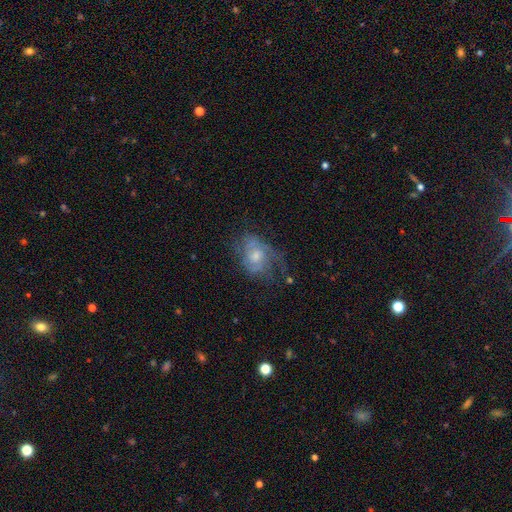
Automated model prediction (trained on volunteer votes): A featured or disk galaxy (66%) with no bar (70%), spiral arms (78%) and a moderate central bulge (52%). Merging: none (45%).